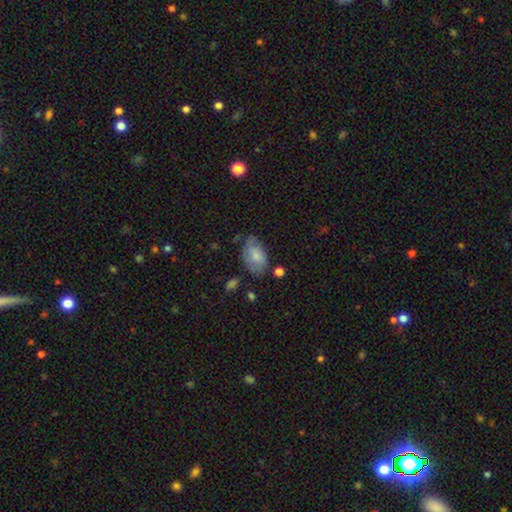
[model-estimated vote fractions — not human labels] Smooth or featured?
  - smooth: 72% *
  - featured or disk: 22%
  - star or artifact: 7%
How rounded?
  - in between: 91% *
  - round: 8%
  - cigar-shaped: 1%
Merging?
  - none: 54% *
  - minor disturbance: 32%
  - major disturbance: 11%
  - merger: 4%